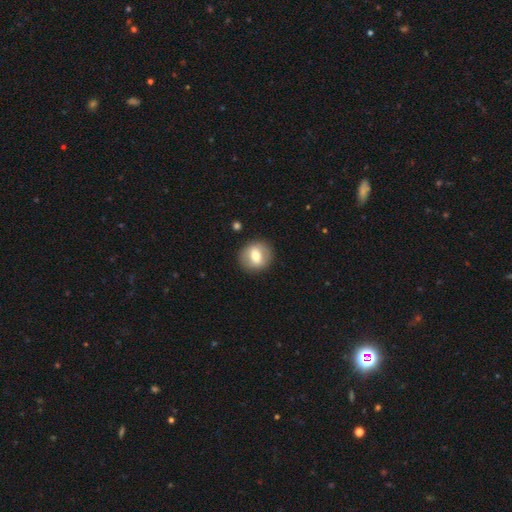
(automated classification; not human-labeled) This is possibly a smooth galaxy (60%). How rounded: likely round (78%). Merging: clearly none (87%).